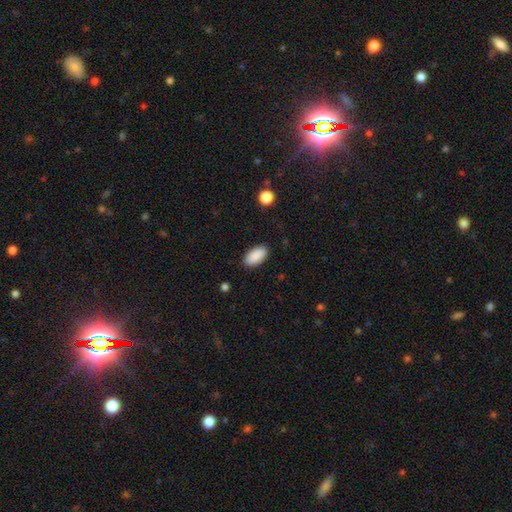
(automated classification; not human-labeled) Q: Smooth or featured?
A: smooth (90%); runner-up: star or artifact (7%)
Q: How rounded?
A: in between (94%); runner-up: cigar-shaped (3%)
Q: Merging?
A: none (88%); runner-up: minor disturbance (9%)